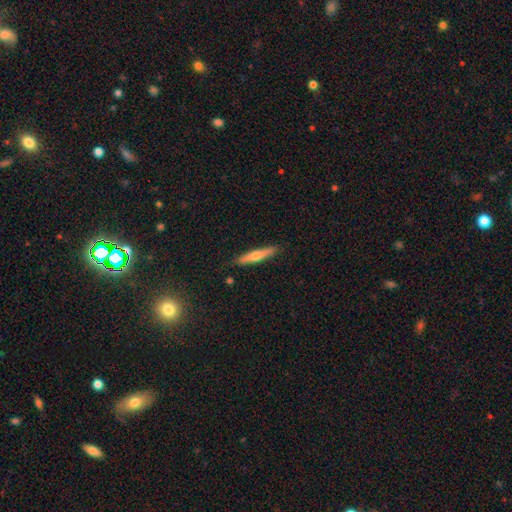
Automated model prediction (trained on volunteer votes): Smooth or featured? featured or disk (48%)
Merging? none (89%)